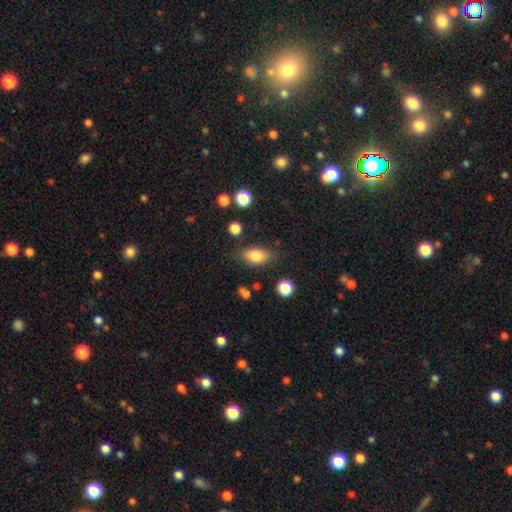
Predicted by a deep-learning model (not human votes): Q: Smooth or featured?
A: smooth (81%); runner-up: featured or disk (11%)
Q: How rounded?
A: in between (86%); runner-up: round (9%)
Q: Merging?
A: none (75%); runner-up: minor disturbance (17%)